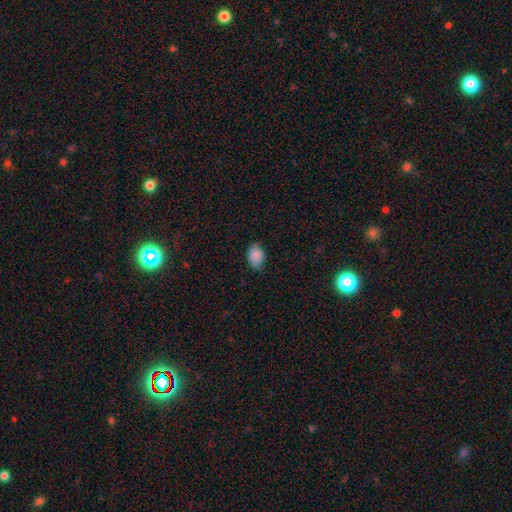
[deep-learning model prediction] Smooth or featured? smooth (88%)
How rounded? in between (84%)
Merging? none (77%)